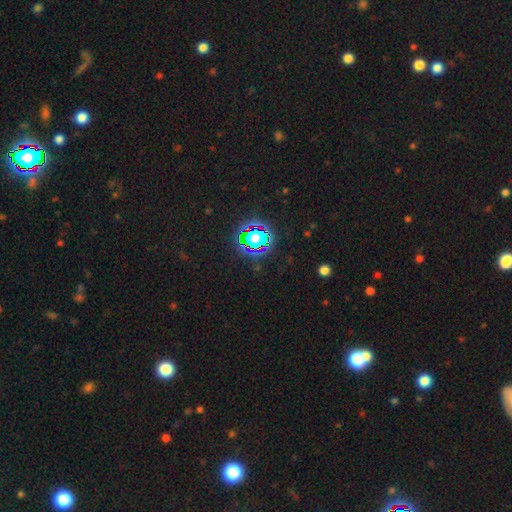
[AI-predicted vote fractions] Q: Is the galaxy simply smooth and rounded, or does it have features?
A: star or artifact — 81%.